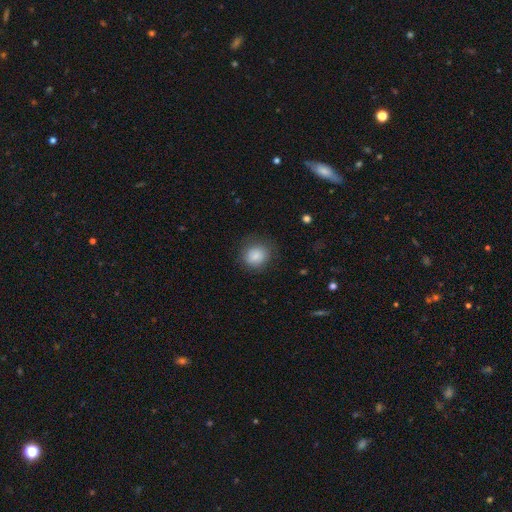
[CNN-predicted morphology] Overall: smooth (85%). How rounded: round (80%). Merging: none (80%).